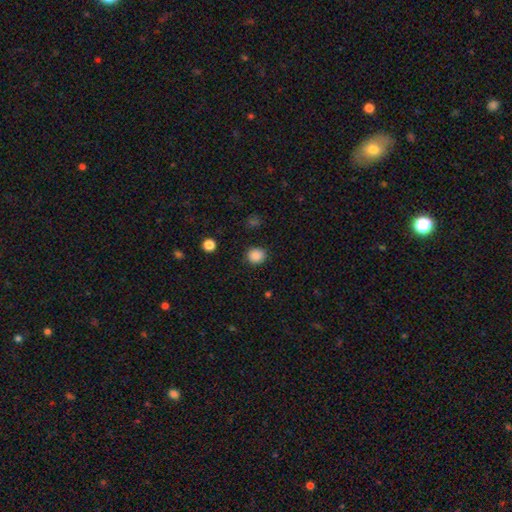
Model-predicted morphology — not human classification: Overall: smooth (87%). How rounded: round (85%). Merging: none (89%).